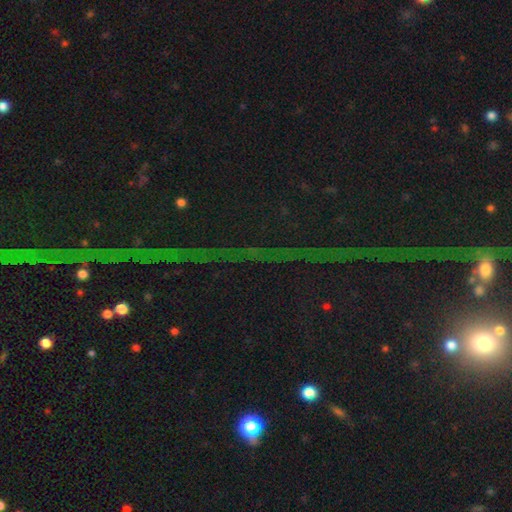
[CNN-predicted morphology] This is likely a star or artifact rather than a galaxy (80%).